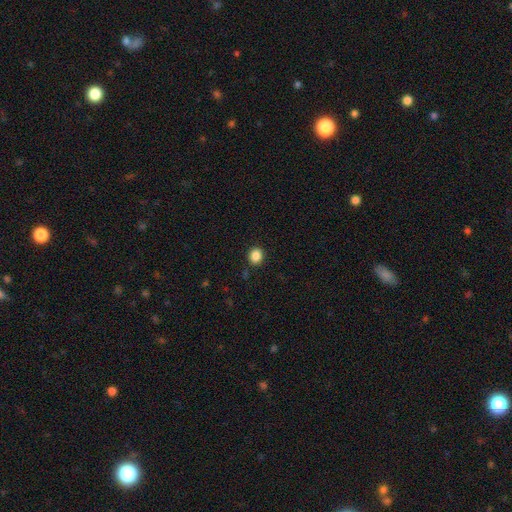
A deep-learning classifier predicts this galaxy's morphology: Smooth or featured? smooth (87%)
How rounded? round (74%)
Merging? none (89%)